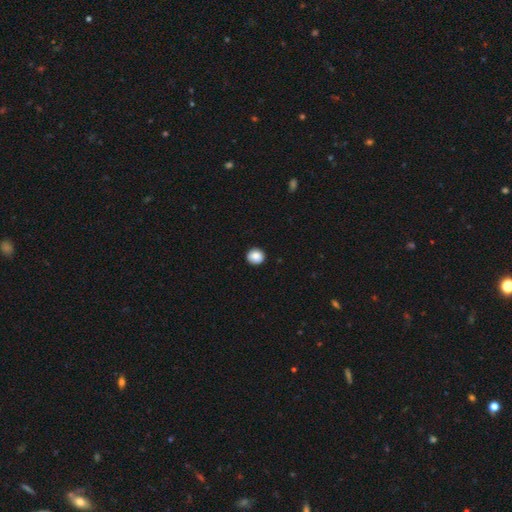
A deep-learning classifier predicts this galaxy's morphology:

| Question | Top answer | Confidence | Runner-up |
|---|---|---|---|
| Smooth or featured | smooth | 86% | star or artifact (9%) |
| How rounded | round | 88% | in between (11%) |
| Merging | none | 91% | minor disturbance (6%) |